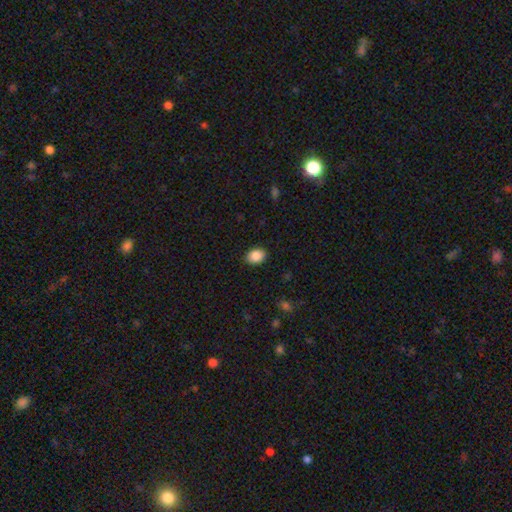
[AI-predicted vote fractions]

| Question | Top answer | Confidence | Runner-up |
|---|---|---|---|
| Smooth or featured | smooth | 87% | star or artifact (8%) |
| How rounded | in between | 70% | round (29%) |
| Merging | none | 88% | minor disturbance (9%) |